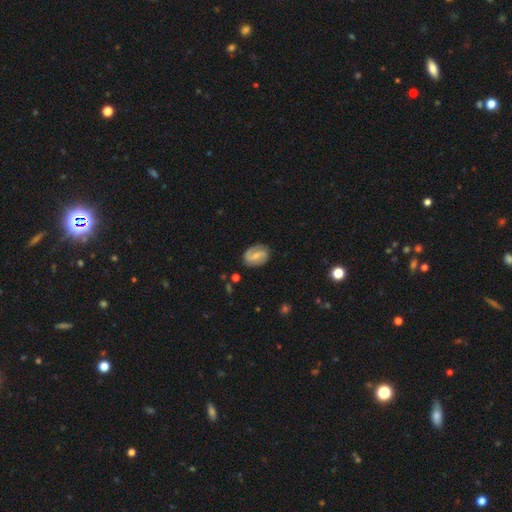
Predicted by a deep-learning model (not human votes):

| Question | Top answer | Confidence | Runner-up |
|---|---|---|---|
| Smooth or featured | featured or disk | 70% | smooth (24%) |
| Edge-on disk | no | 97% | yes (3%) |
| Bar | weak | 49% | strong (26%) |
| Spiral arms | yes | 90% | no (10%) |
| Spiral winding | medium | 41% | loose (35%) |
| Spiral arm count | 2 | 86% | can't tell (6%) |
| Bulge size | small | 56% | moderate (31%) |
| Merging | none | 81% | minor disturbance (14%) |